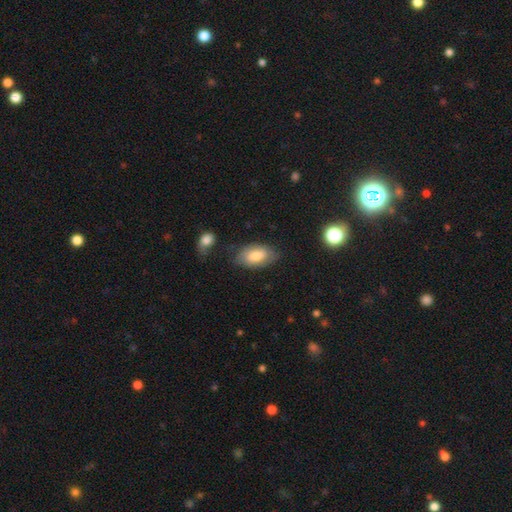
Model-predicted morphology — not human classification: Overall: smooth (76%). How rounded: in between (93%). Merging: none (73%).